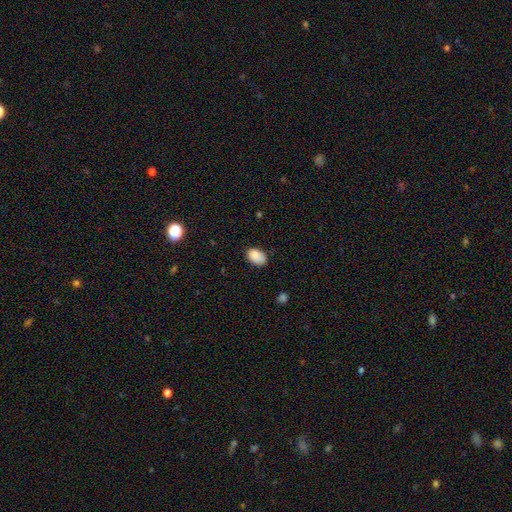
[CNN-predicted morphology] smooth-or-featured: smooth: 88% | star or artifact: 8% | featured or disk: 4%
  how-rounded: in between: 87% | round: 12% | cigar-shaped: 1%
  merging: none: 74% | minor disturbance: 21% | major disturbance: 4% | merger: 2%